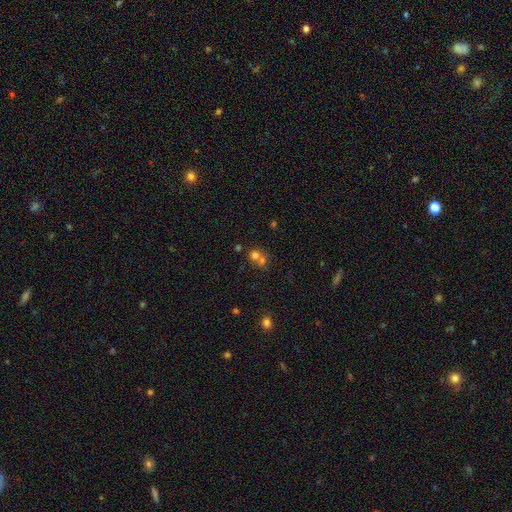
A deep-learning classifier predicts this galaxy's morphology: smooth_or_featured: smooth (p=0.68) [alt: star or artifact p=0.17]
how_rounded: round (p=0.81) [alt: in between p=0.18]
merging: merger (p=0.56) [alt: none p=0.36]